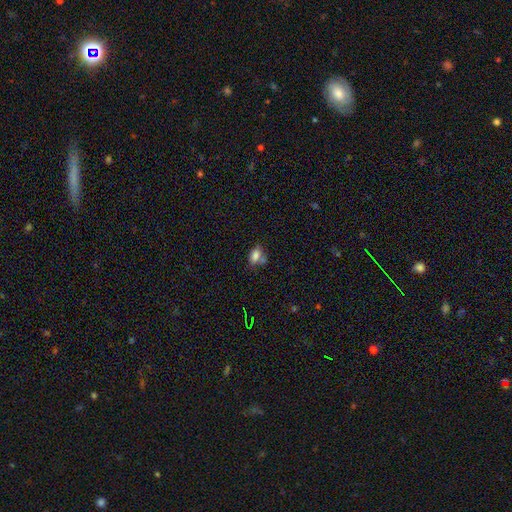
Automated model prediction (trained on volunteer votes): smooth-or-featured: smooth: 81% | star or artifact: 11% | featured or disk: 8%
  how-rounded: in between: 86% | round: 12% | cigar-shaped: 3%
  merging: none: 49% | merger: 27% | minor disturbance: 17% | major disturbance: 6%